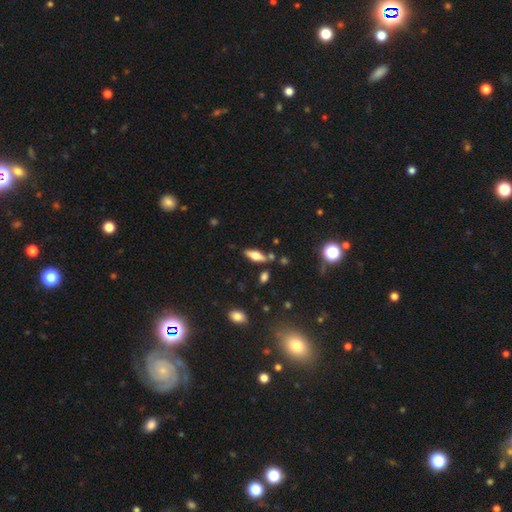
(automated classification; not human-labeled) smooth_or_featured: smooth (p=0.53) [alt: featured or disk p=0.39]
how_rounded: in between (p=0.64) [alt: cigar-shaped p=0.33]
merging: none (p=0.77) [alt: minor disturbance p=0.12]